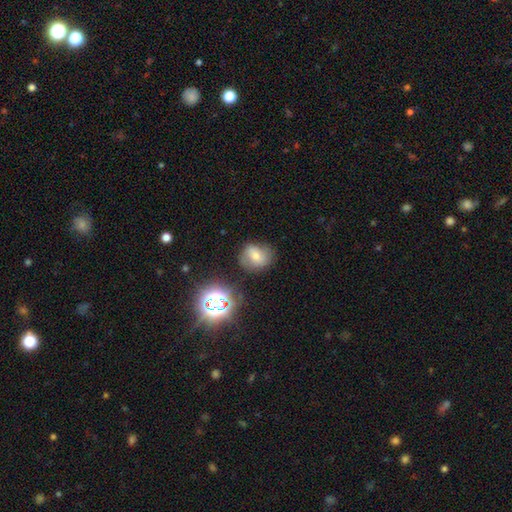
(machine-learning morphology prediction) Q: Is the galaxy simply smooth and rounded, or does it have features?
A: smooth — 50%.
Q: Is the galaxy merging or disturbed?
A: none — 77%.